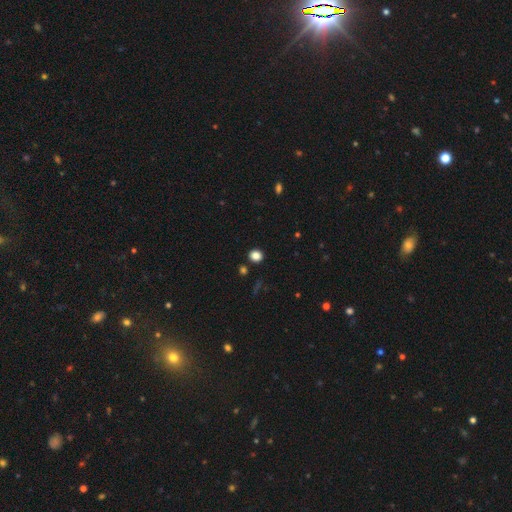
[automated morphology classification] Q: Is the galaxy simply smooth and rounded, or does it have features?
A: smooth — 85%.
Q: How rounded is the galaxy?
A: round — 79%.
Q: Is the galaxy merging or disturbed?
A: none — 89%.